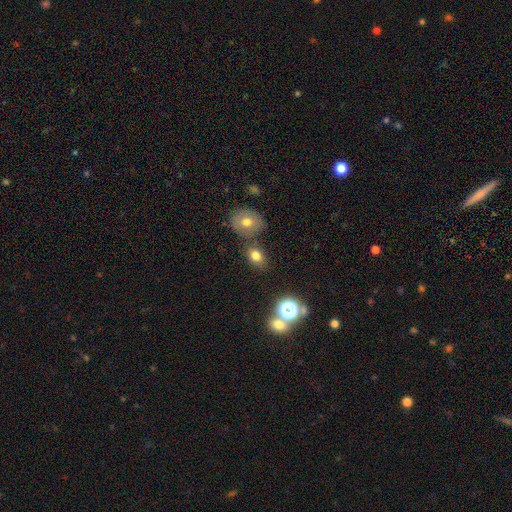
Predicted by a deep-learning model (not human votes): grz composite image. It shows a smooth galaxy with no disk features (76%) that is in between round and cigar-shaped (57%). Merging: none (69%).